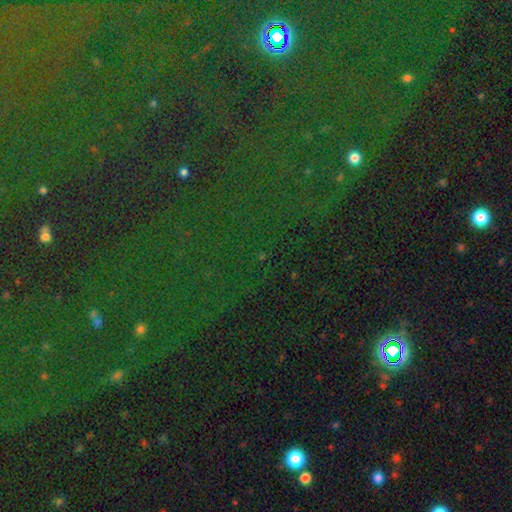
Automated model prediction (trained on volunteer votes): smooth-or-featured: star or artifact: 82% | smooth: 10% | featured or disk: 7%